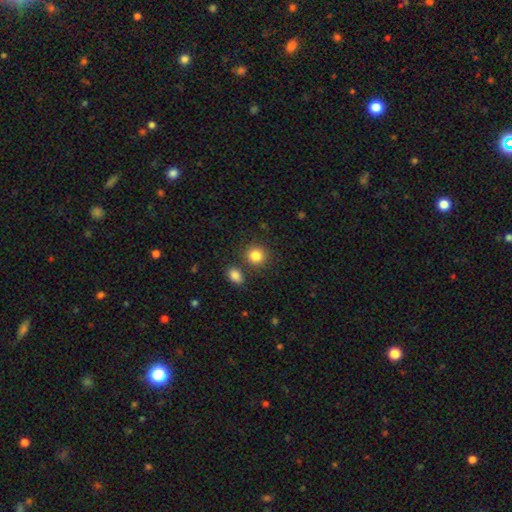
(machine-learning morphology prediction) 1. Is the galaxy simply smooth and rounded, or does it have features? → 85% smooth, 10% star or artifact, 5% featured or disk.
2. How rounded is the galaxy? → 84% round, 15% in between, 1% cigar-shaped.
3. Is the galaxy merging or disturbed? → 79% none, 10% merger, 8% minor disturbance, 3% major disturbance.